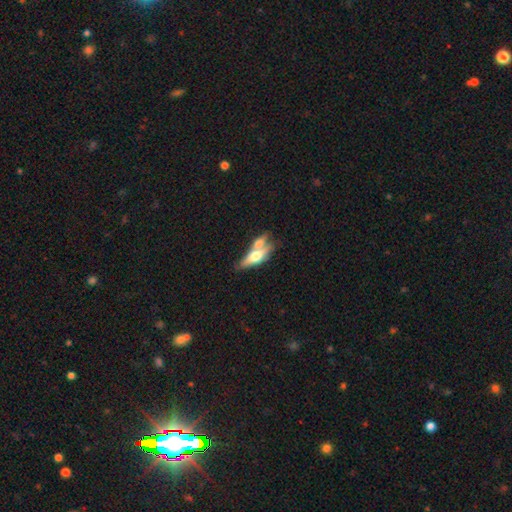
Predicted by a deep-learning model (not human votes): smooth-or-featured: featured or disk: 48% | smooth: 46% | star or artifact: 6%
  merging: merger: 50% | none: 33% | minor disturbance: 11% | major disturbance: 6%